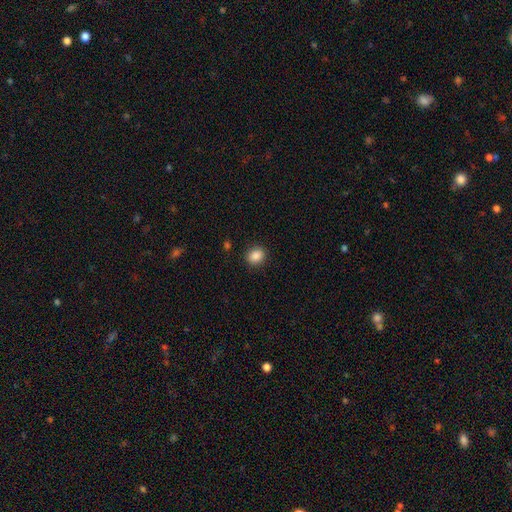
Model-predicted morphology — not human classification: Overall: smooth (88%). How rounded: round (61%; in between 38%). Merging: none (89%).